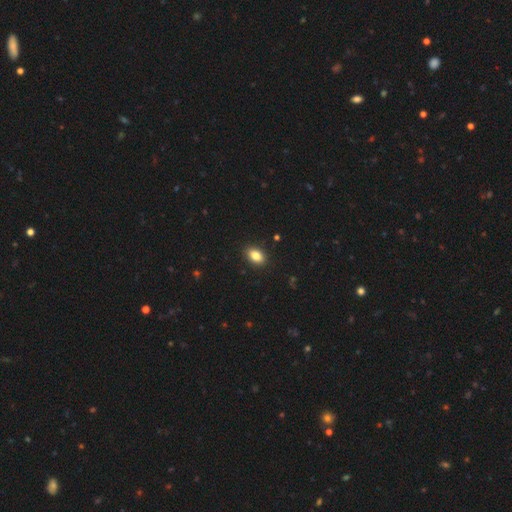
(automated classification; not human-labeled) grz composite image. It shows a smooth galaxy with no disk features (85%) that is in between round and cigar-shaped (85%). Merging: none (90%).